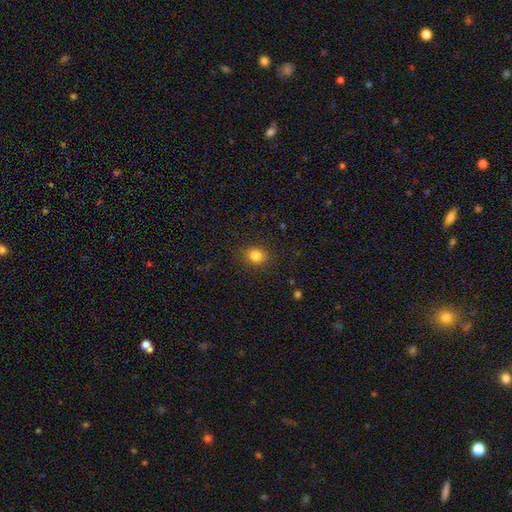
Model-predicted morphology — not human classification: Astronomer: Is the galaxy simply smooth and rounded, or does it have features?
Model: smooth — 83%.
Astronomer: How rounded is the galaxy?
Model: round — 61% (runner-up: in between, 38%).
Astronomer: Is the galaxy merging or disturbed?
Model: none — 88%.